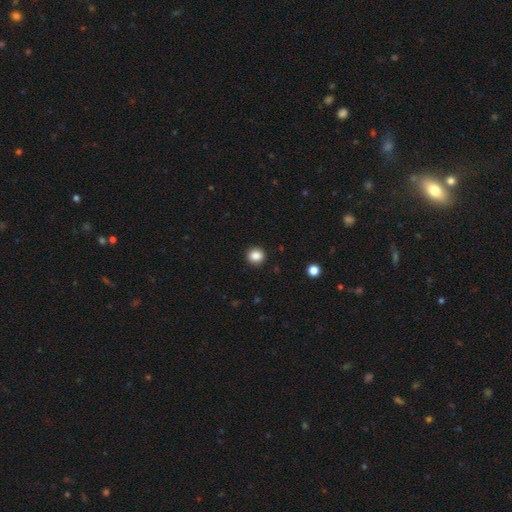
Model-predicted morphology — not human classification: Q: Smooth or featured?
A: smooth (86%); runner-up: star or artifact (10%)
Q: How rounded?
A: round (89%); runner-up: in between (11%)
Q: Merging?
A: none (92%); runner-up: minor disturbance (5%)